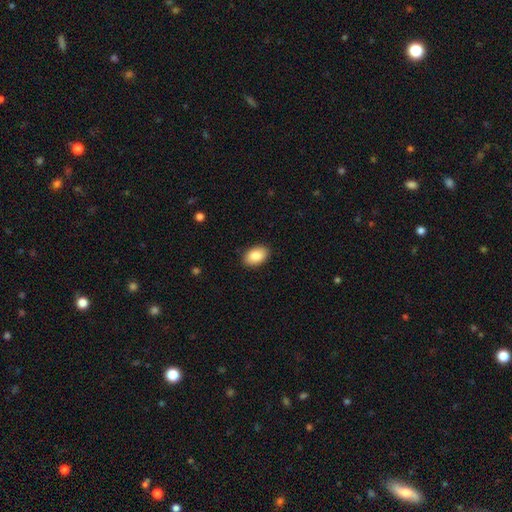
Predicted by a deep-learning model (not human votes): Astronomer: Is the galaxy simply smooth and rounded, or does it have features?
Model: smooth — 87%.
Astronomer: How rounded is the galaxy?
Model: in between — 89%.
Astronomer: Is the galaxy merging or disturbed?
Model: none — 89%.